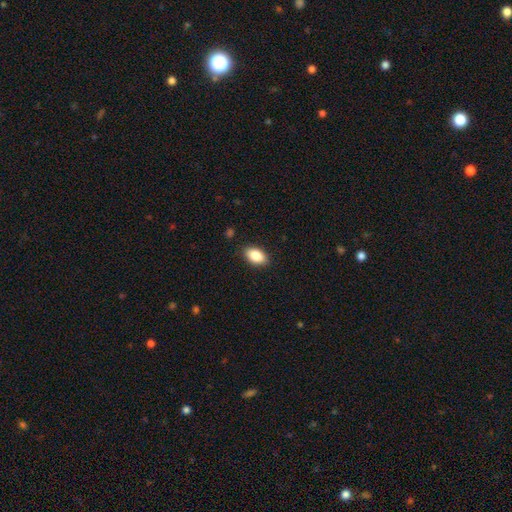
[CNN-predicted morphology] A smooth galaxy with no disk features (86%) that is in between round and cigar-shaped (91%).

Vote fractions:
- Smooth or featured? smooth: 86% / star or artifact: 7% / featured or disk: 7%
- How rounded? in between: 91% / round: 7% / cigar-shaped: 2%
- Merging? none: 88% / minor disturbance: 9% / major disturbance: 2% / merger: 1%